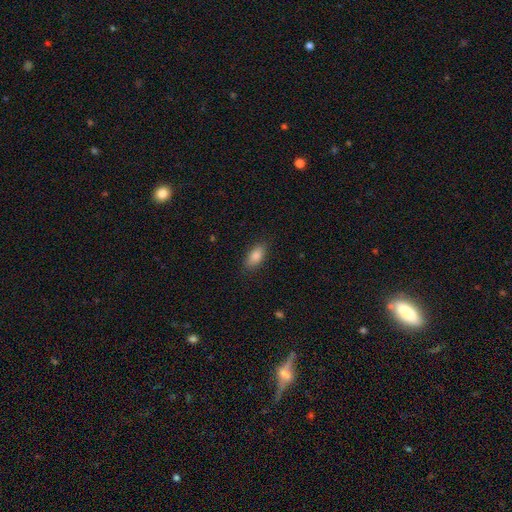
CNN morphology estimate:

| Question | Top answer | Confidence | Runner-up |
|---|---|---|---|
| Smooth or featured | smooth | 85% | star or artifact (8%) |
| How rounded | in between | 88% | cigar-shaped (8%) |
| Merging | none | 87% | minor disturbance (10%) |